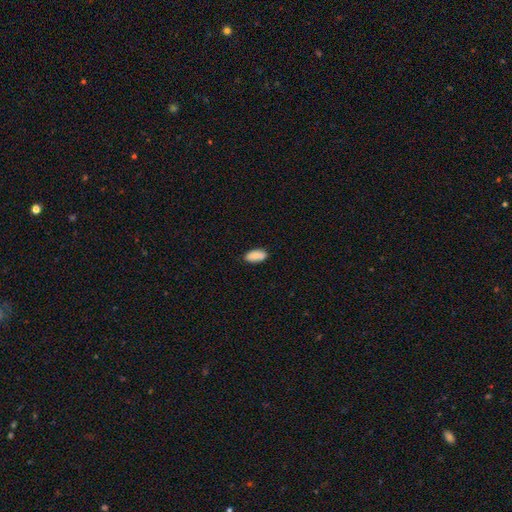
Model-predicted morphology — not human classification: Q: Smooth or featured?
A: smooth (84%); runner-up: featured or disk (9%)
Q: How rounded?
A: in between (91%); runner-up: cigar-shaped (6%)
Q: Merging?
A: none (80%); runner-up: minor disturbance (15%)